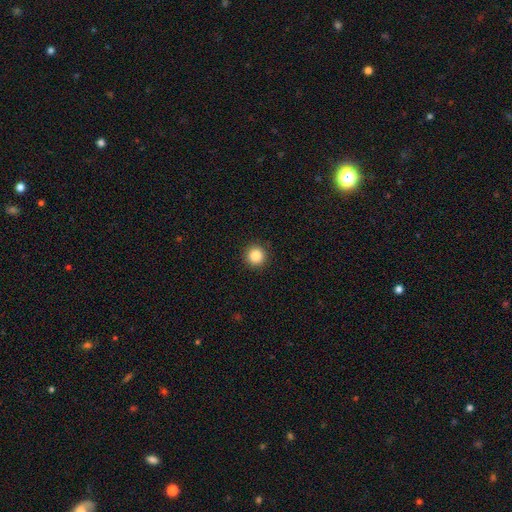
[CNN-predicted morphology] smooth_or_featured: smooth (p=0.86) [alt: star or artifact p=0.10]
how_rounded: round (p=0.96) [alt: in between p=0.03]
merging: none (p=0.93) [alt: minor disturbance p=0.05]